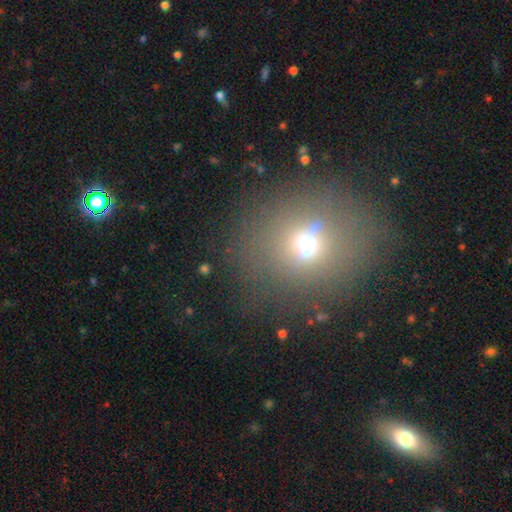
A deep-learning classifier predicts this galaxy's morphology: A smooth galaxy with no disk features (62%) that is round (74%). Merging: none (84%).